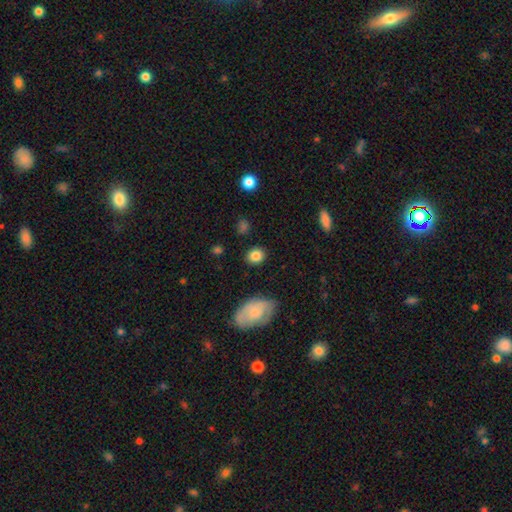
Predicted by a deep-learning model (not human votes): Morphology: type=smooth (85%); roundness=round (68%); merging=none (87%).